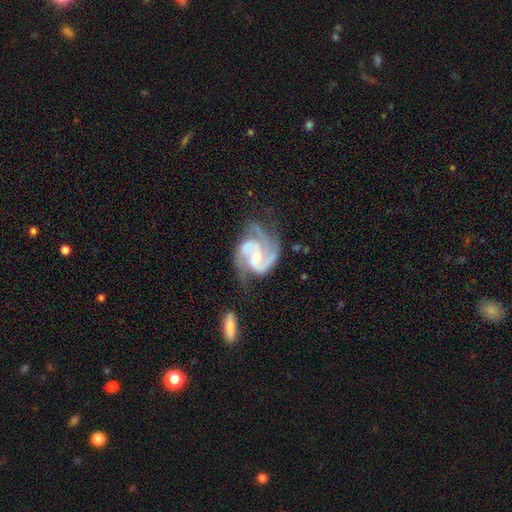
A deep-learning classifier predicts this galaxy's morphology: smooth_or_featured: featured or disk (p=0.91) [alt: smooth p=0.04]
disk_edge_on: no (p=0.98) [alt: yes p=0.02]
bar: weak (p=0.45) [alt: no p=0.40]
has_spiral_arms: yes (p=0.98) [alt: no p=0.02]
spiral_winding: medium (p=0.55) [alt: tight p=0.32]
spiral_arm_count: 2 (p=0.62) [alt: 3 p=0.24]
bulge_size: small (p=0.55) [alt: moderate p=0.29]
merging: none (p=0.50) [alt: minor disturbance p=0.24]